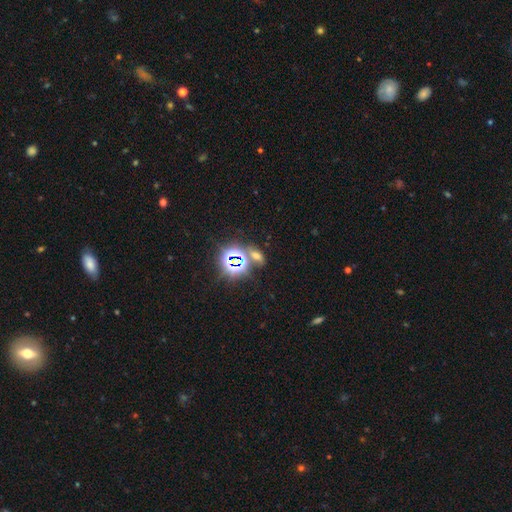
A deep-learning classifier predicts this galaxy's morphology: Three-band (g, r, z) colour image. It shows a star or artifact, not a galaxy (52%).